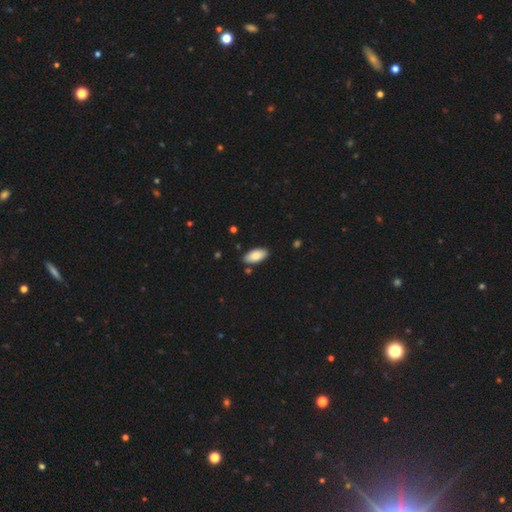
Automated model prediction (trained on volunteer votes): This is clearly a smooth galaxy (84%). How rounded: clearly in between (93%). Merging: clearly none (86%).